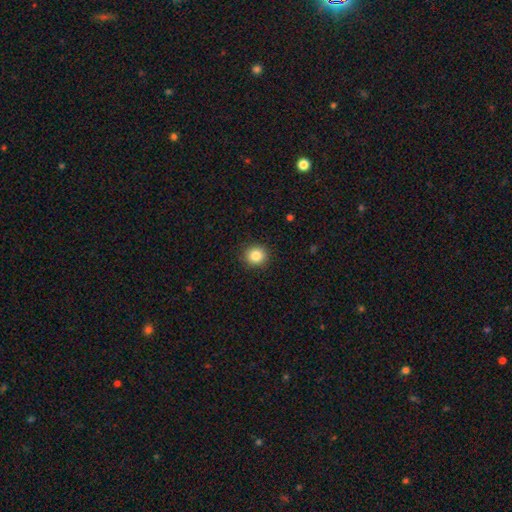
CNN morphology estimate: type=smooth (85%); roundness=round (90%); merging=none (90%).